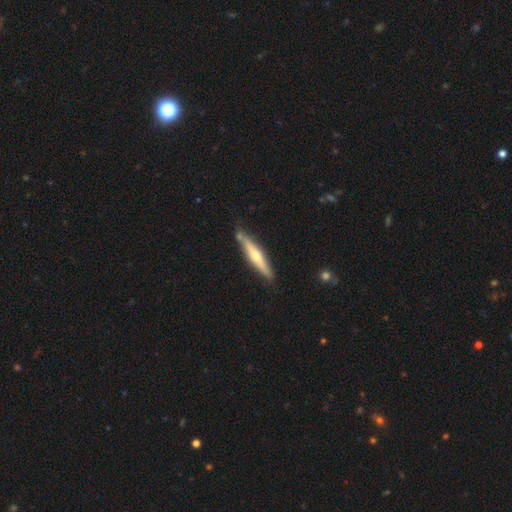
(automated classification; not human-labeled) smooth_or_featured: featured or disk (p=0.58) [alt: smooth p=0.37]
disk_edge_on: yes (p=0.94) [alt: no p=0.06]
edge_on_bulge: rounded (p=0.84) [alt: none p=0.12]
merging: none (p=0.81) [alt: minor disturbance p=0.13]